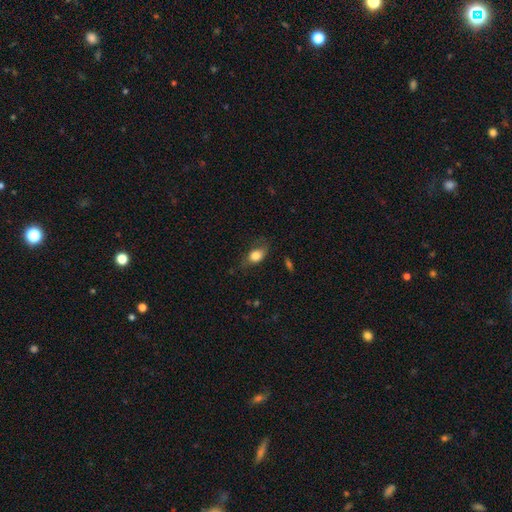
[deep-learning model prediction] This appears to be a smooth galaxy with no disk features (79%) that is in between round and cigar-shaped (77%). Merging: none (58%).